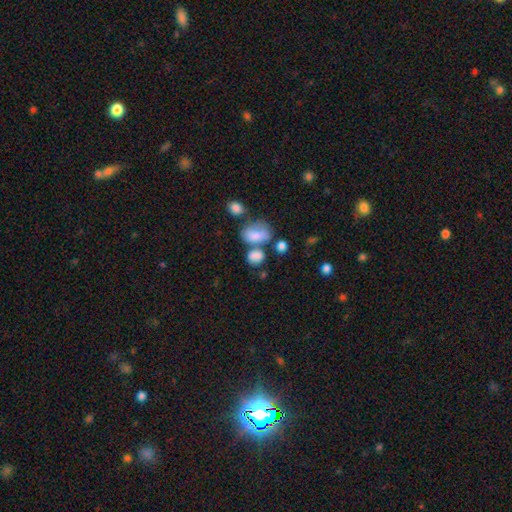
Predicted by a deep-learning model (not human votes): A smooth galaxy with no disk features (79%) that is in between round and cigar-shaped (65%).

Vote fractions:
- Smooth or featured? smooth: 79% / star or artifact: 11% / featured or disk: 11%
- How rounded? in between: 65% / round: 33% / cigar-shaped: 2%
- Merging? none: 39% / merger: 37% / minor disturbance: 15% / major disturbance: 9%